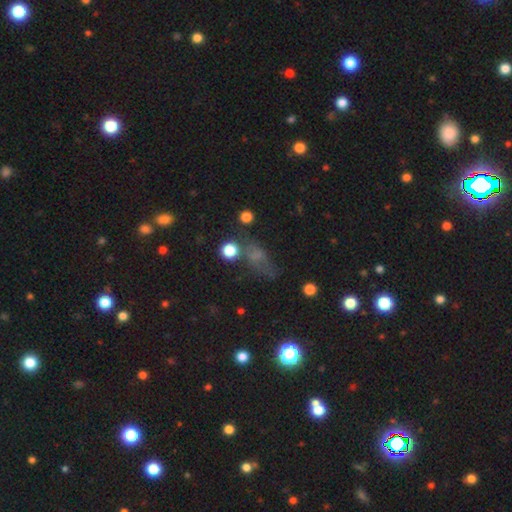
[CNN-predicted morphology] Smooth or featured: smooth — 56% (star or artifact — 28%)
How rounded: in between — 59% (round — 23%)
Merging: none — 55% (minor disturbance — 22%)